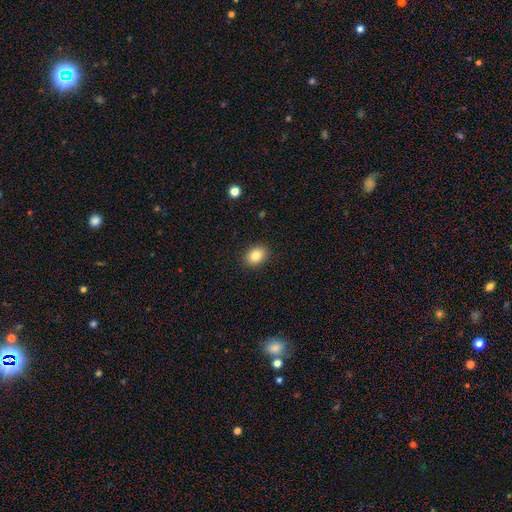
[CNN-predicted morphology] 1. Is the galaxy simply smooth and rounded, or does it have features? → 84% smooth, 9% star or artifact, 7% featured or disk.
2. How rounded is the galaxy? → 71% in between, 28% round, 1% cigar-shaped.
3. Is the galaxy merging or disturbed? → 90% none, 8% minor disturbance, 2% major disturbance, 1% merger.